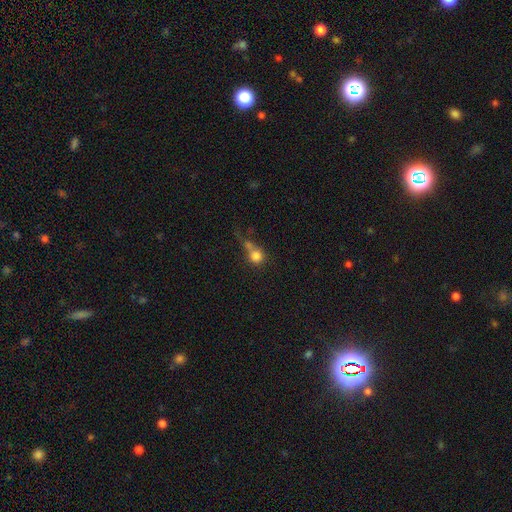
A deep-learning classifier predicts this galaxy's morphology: Q: Smooth or featured?
A: smooth (77%); runner-up: star or artifact (12%)
Q: How rounded?
A: round (81%); runner-up: in between (16%)
Q: Merging?
A: merger (38%); runner-up: none (34%)